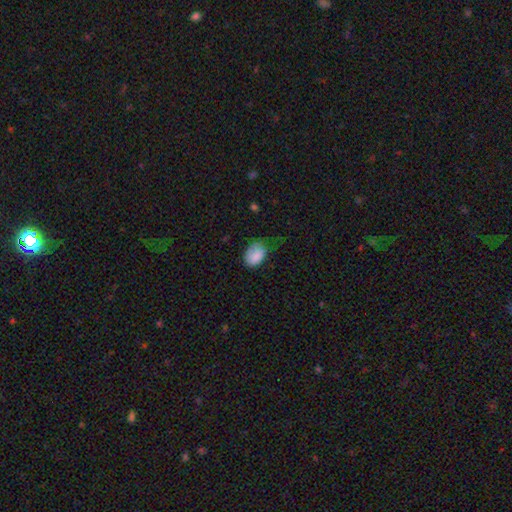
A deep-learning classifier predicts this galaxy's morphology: Smooth or featured? smooth (85%)
How rounded? in between (85%)
Merging? none (52%)